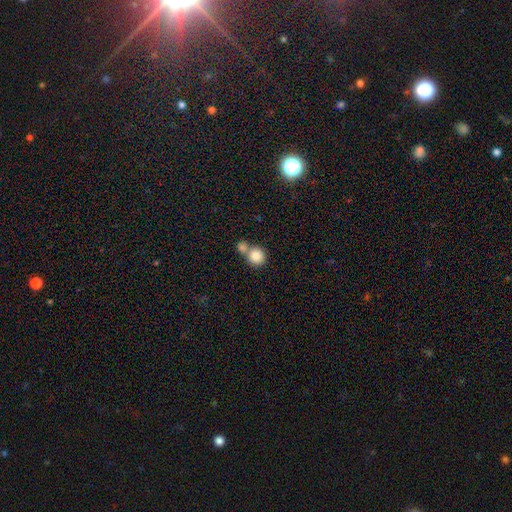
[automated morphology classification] Smooth or featured? smooth (83%)
How rounded? round (88%)
Merging? none (45%, tied with merger)